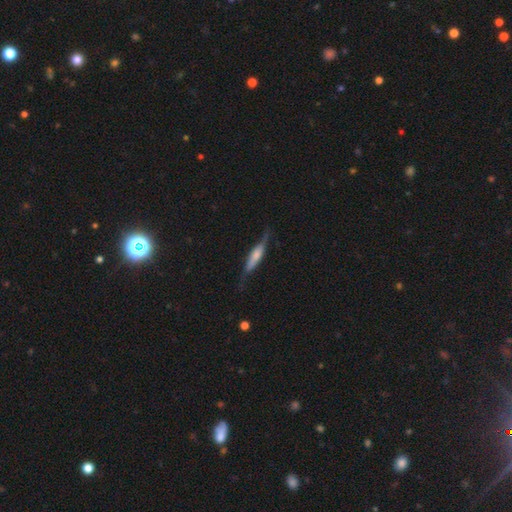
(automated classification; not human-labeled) Smooth or featured? Predicted: smooth (p=0.51). How rounded? Predicted: cigar-shaped (p=0.77). Merging? Predicted: none (p=0.62).